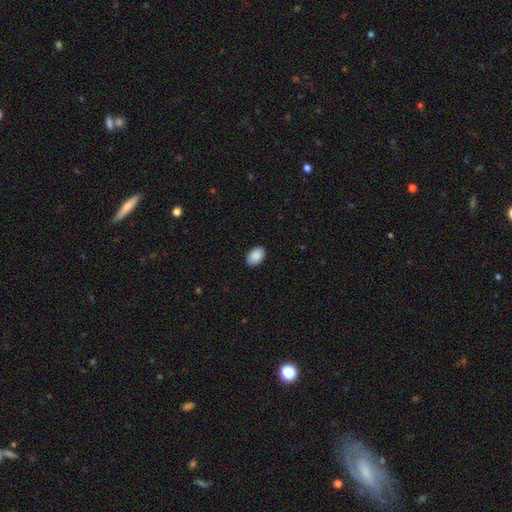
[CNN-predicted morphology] smooth 91%, star or artifact 6%, featured or disk 3%. Down the decision tree: how rounded — in between (89%); merging — none (89%).